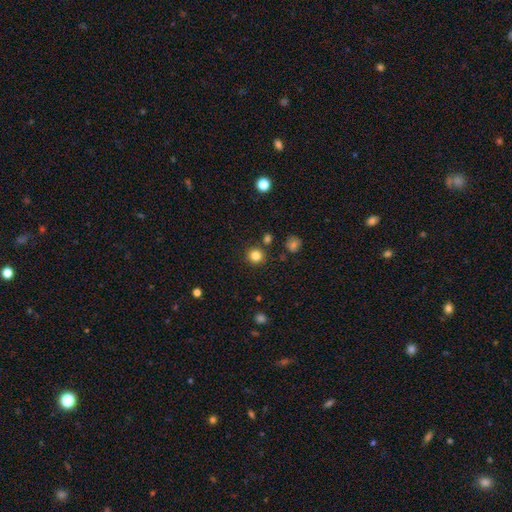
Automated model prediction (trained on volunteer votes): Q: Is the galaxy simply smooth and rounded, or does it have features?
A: smooth — 83%.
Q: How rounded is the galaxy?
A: round — 93%.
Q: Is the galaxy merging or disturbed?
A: none — 88%.